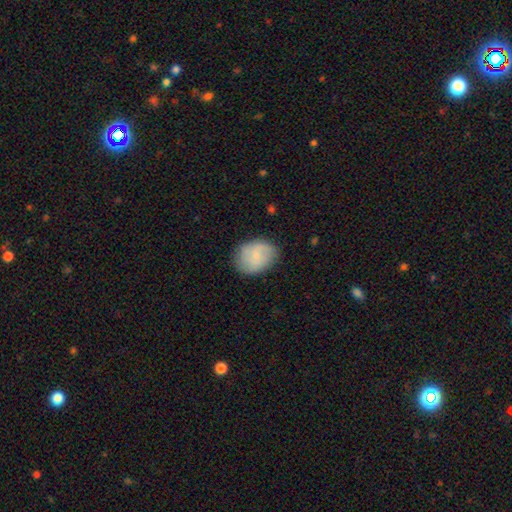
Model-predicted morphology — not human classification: A smooth galaxy with no disk features (66%) that is in between round and cigar-shaped (58%).

Vote fractions:
- Smooth or featured? smooth: 66% / featured or disk: 27% / star or artifact: 7%
- How rounded? in between: 58% / round: 41% / cigar-shaped: 1%
- Merging? none: 74% / minor disturbance: 19% / major disturbance: 5% / merger: 1%